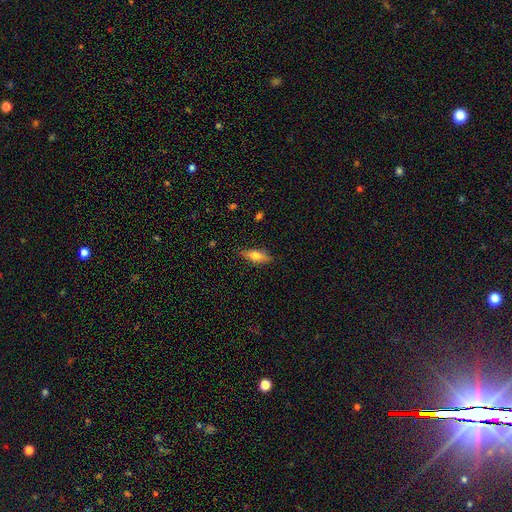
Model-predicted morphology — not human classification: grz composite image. It shows a smooth galaxy with no disk features (65%) that is in between round and cigar-shaped (64%). Merging: none (83%).